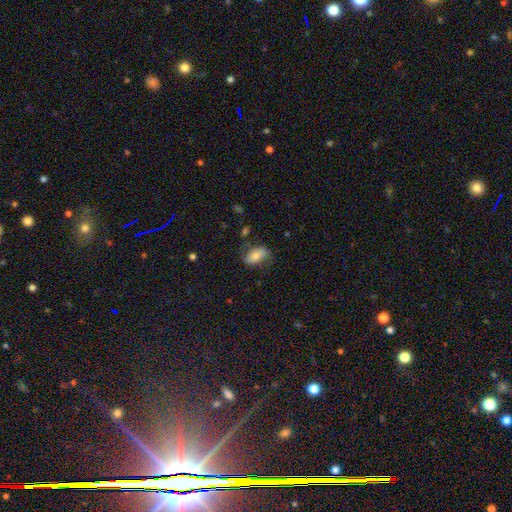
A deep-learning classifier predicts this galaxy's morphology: smooth_or_featured: smooth (p=0.62) [alt: featured or disk p=0.31]
how_rounded: in between (p=0.89) [alt: round p=0.06]
merging: none (p=0.65) [alt: minor disturbance p=0.24]